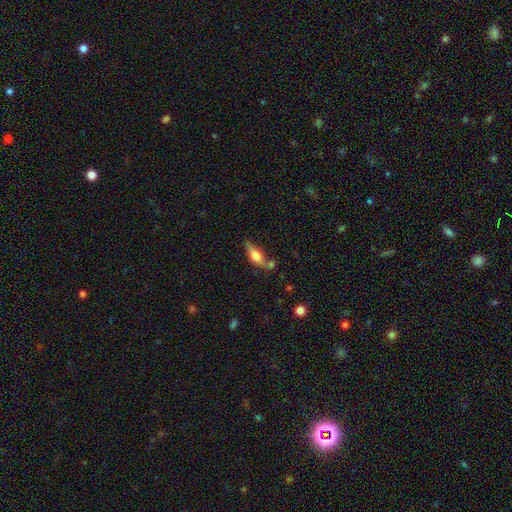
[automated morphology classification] Smooth or featured? smooth (51%)
How rounded? in between (52%)
Merging? none (53%)